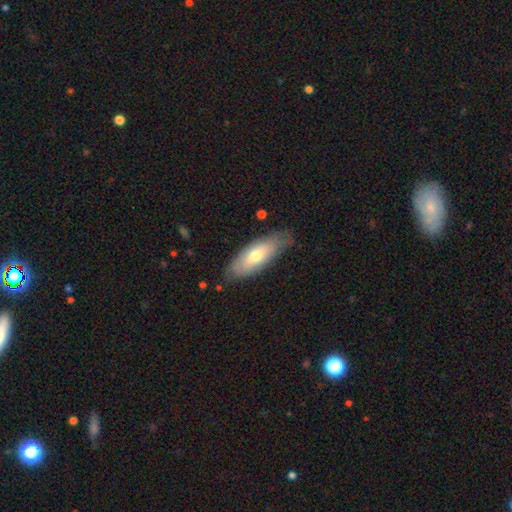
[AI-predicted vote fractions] Overall: smooth (65%; featured or disk 29%). How rounded: in between (71%). Merging: none (75%).